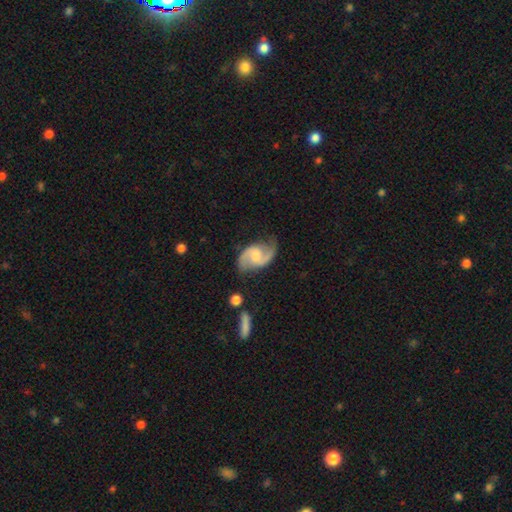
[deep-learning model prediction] A featured or disk galaxy (88%) with a weak bar (47%), 2 (92%) medium (51%) spiral arms (97%) and a moderate central bulge (46%). Merging: none (73%).